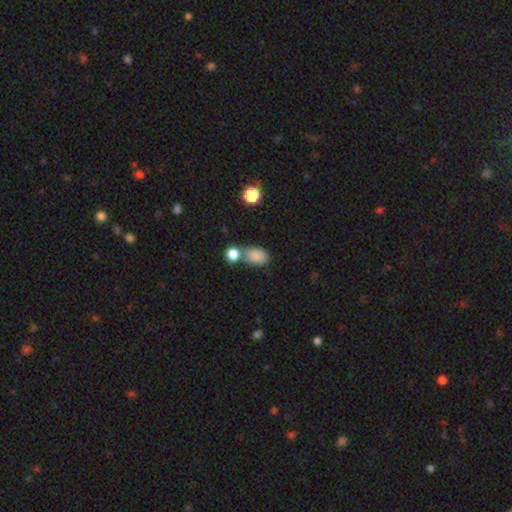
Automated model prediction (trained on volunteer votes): The model was most divided on "merging": none: 49%, merger: 30%, minor disturbance: 15%, major disturbance: 6%. More confident: smooth or featured — smooth (84%); how rounded — in between (82%).